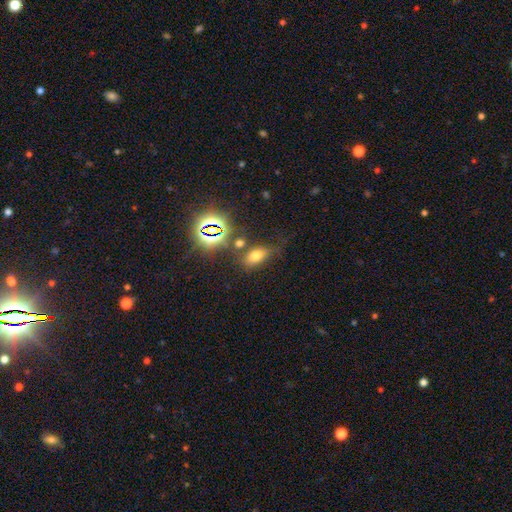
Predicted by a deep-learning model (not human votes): Overall: smooth (63%; star or artifact 25%). How rounded: in between (82%). Merging: none (65%).